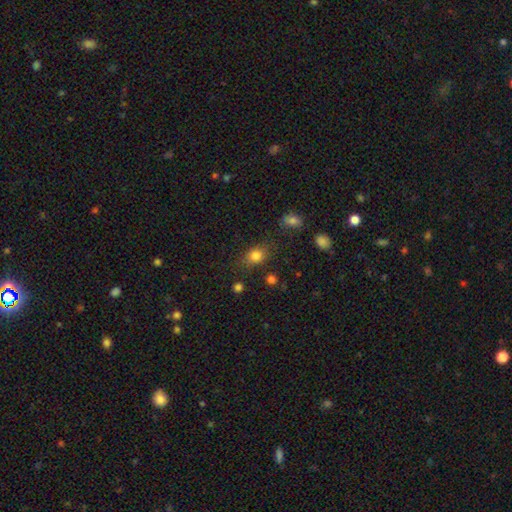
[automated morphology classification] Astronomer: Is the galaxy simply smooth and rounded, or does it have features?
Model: smooth — 82%.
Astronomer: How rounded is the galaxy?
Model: in between — 52% (runner-up: round, 46%).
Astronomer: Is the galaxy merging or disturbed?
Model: none — 74%.